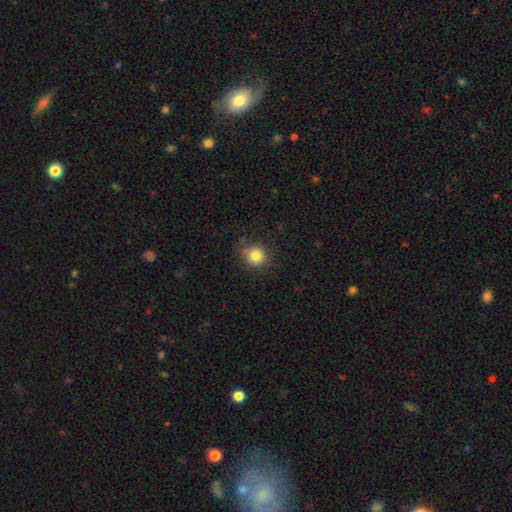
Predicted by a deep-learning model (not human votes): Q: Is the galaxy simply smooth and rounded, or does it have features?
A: smooth — 82%.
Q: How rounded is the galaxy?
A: round — 92%.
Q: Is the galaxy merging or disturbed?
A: none — 80%.